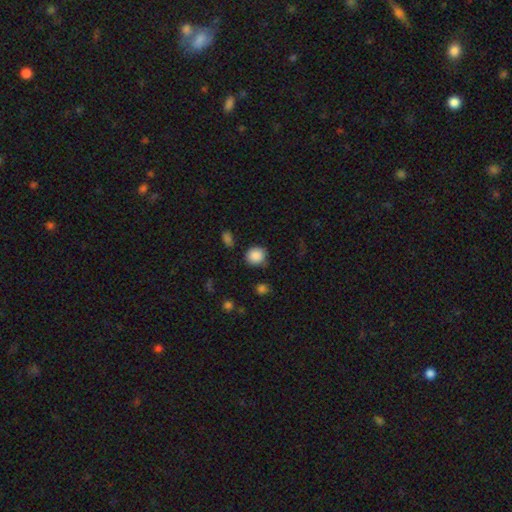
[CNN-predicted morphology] This appears to be a smooth galaxy with no disk features (87%) that is round (85%). Merging: none (79%).